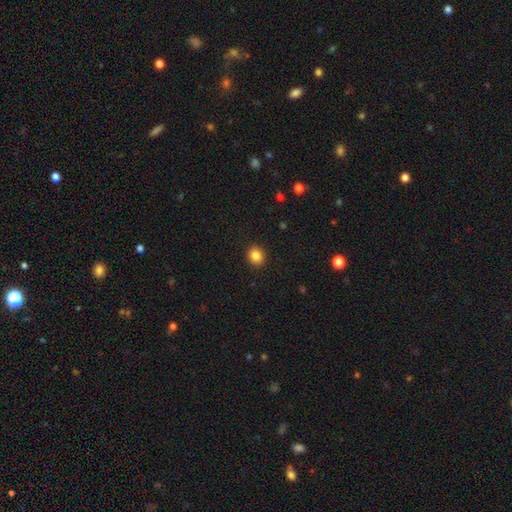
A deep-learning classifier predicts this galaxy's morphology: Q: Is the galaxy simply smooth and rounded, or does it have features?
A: smooth — 85%.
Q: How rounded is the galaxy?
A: round — 76%.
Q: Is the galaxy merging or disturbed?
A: none — 92%.